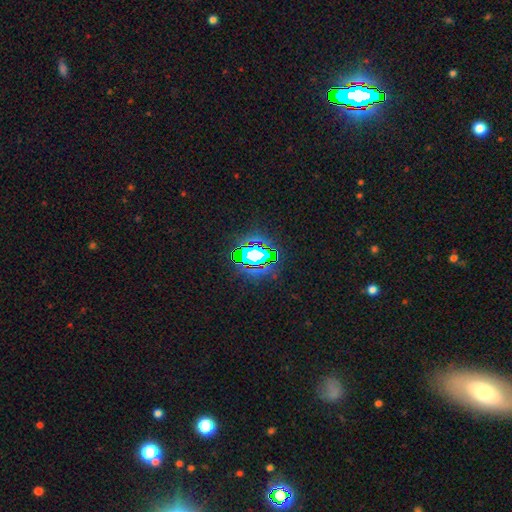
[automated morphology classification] Q: Smooth or featured?
A: star or artifact (66%); runner-up: smooth (20%)